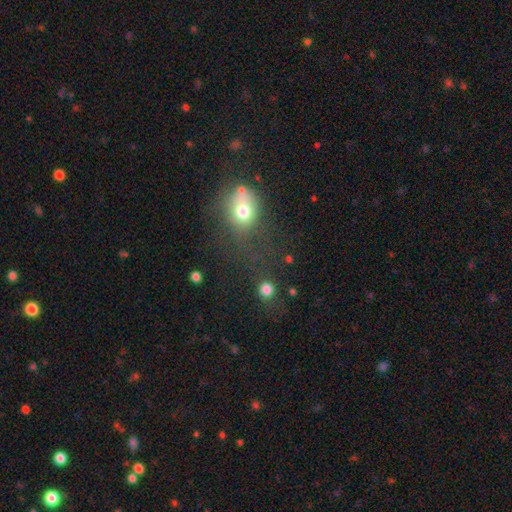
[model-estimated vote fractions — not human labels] Q: Smooth or featured?
A: smooth (59%); runner-up: star or artifact (28%)
Q: How rounded?
A: round (54%); runner-up: in between (44%)
Q: Merging?
A: none (49%); runner-up: minor disturbance (19%)